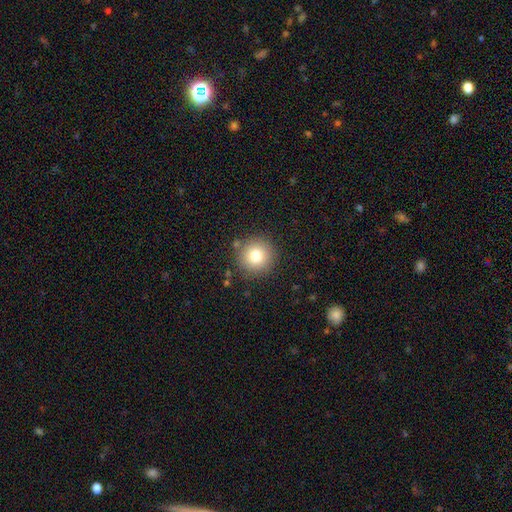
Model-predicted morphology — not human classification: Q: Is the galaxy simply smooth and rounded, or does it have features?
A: smooth — 80%.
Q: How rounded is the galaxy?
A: round — 95%.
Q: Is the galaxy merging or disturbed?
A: none — 87%.